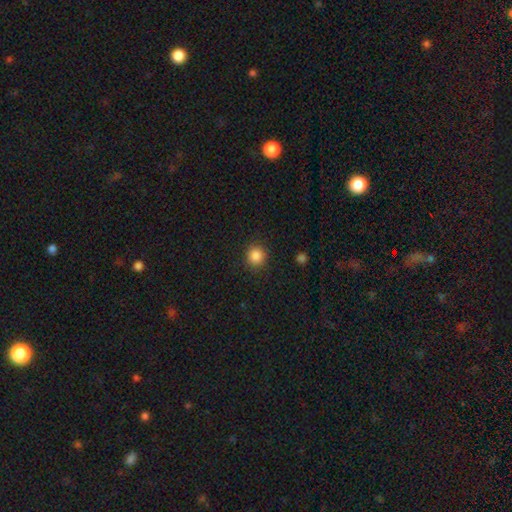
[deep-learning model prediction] Morphology: type=smooth (86%); roundness=round (91%); merging=none (90%).